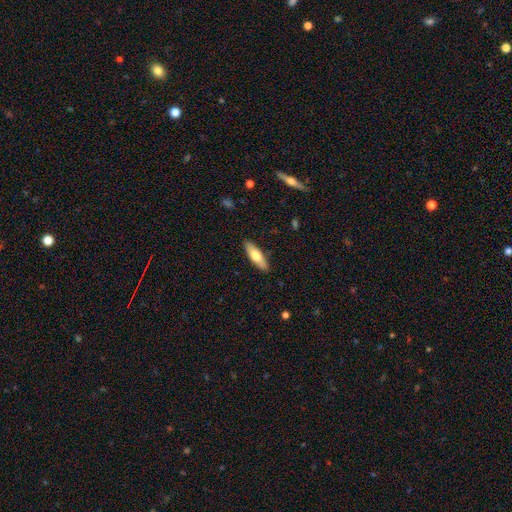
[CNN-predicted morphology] Smooth or featured?
  - smooth: 66% *
  - featured or disk: 29%
  - star or artifact: 6%
How rounded?
  - cigar-shaped: 51% *
  - in between: 47%
  - round: 2%
Merging?
  - none: 89% *
  - minor disturbance: 8%
  - major disturbance: 2%
  - merger: 1%